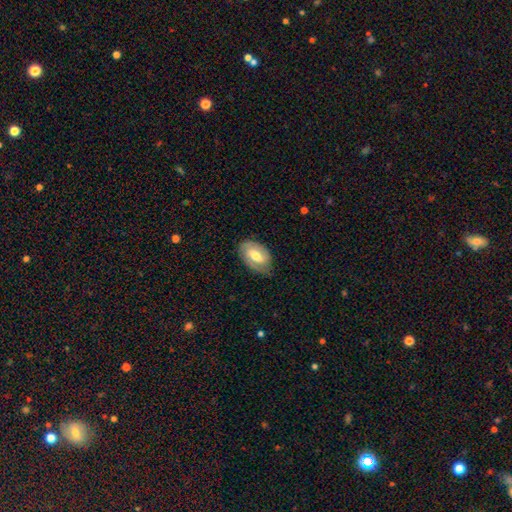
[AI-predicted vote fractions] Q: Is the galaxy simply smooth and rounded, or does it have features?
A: featured or disk — 53%.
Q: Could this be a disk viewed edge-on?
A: no — 93%.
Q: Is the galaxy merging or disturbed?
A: none — 75%.